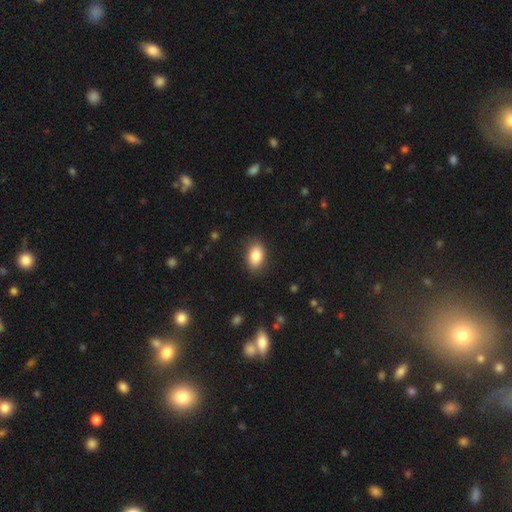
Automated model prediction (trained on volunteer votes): Overall: smooth (84%). How rounded: in between (86%). Merging: none (86%).